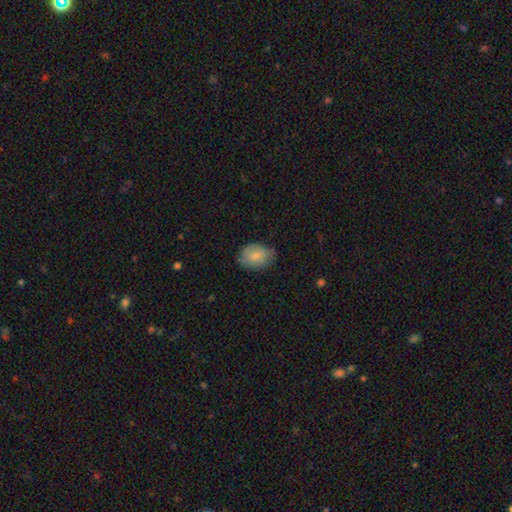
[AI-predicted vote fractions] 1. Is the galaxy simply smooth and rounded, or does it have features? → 81% smooth, 12% featured or disk, 7% star or artifact.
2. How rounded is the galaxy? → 72% in between, 27% round, 1% cigar-shaped.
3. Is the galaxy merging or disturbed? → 69% none, 26% minor disturbance, 5% major disturbance, 1% merger.